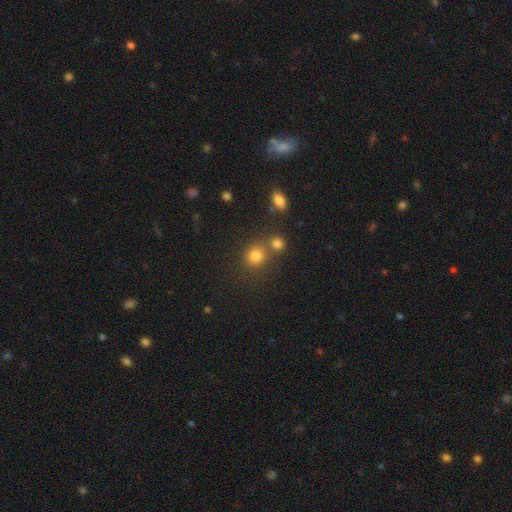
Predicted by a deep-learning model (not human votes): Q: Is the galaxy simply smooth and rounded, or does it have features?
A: smooth — 77%.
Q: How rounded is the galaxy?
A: round — 84%.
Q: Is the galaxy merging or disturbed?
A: none — 63%.